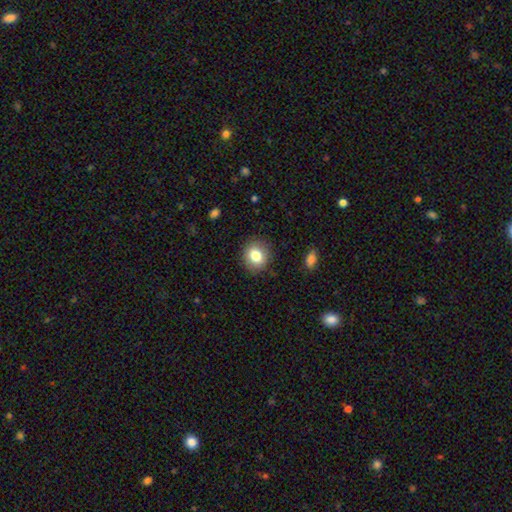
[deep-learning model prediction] smooth_or_featured: smooth (p=0.80) [alt: featured or disk p=0.11]
how_rounded: round (p=0.70) [alt: in between p=0.29]
merging: none (p=0.87) [alt: minor disturbance p=0.09]